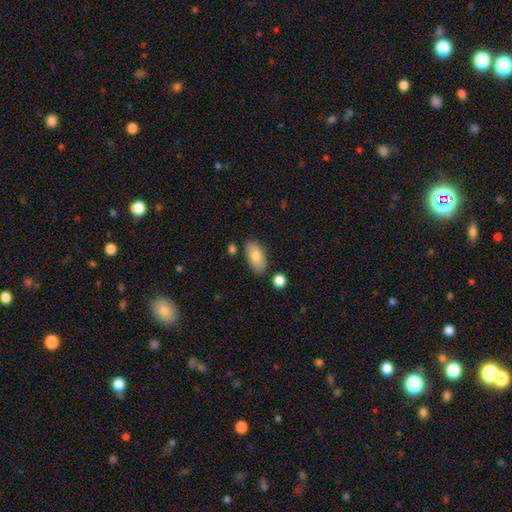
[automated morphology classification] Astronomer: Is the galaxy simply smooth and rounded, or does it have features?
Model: smooth — 79%.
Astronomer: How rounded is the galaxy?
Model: in between — 92%.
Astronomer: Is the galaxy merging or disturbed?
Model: none — 79%.